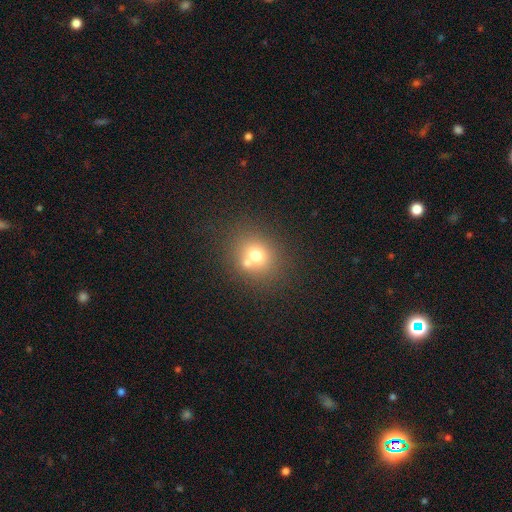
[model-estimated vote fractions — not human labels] Q: Smooth or featured?
A: smooth (69%); runner-up: featured or disk (16%)
Q: How rounded?
A: round (77%); runner-up: in between (22%)
Q: Merging?
A: none (57%); runner-up: merger (30%)